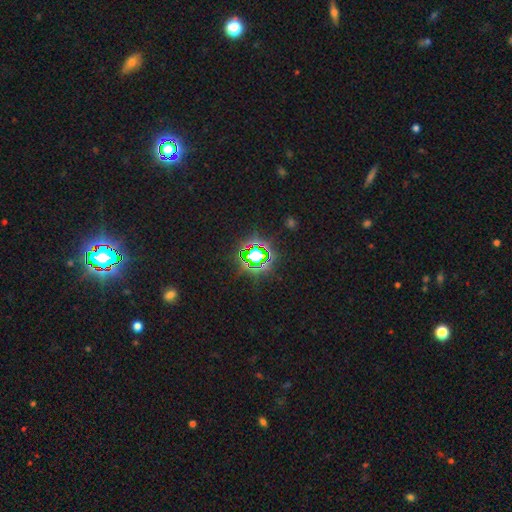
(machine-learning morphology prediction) smooth_or_featured: star or artifact (p=0.75) [alt: smooth p=0.15]